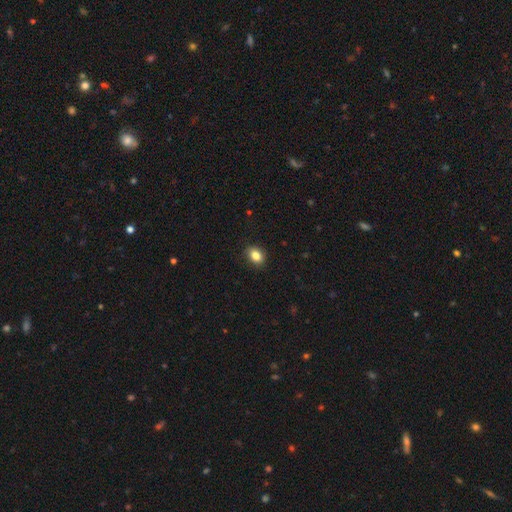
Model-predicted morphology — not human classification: Smooth or featured: smooth — 84% (star or artifact — 9%)
How rounded: in between — 62% (round — 37%)
Merging: none — 88% (minor disturbance — 9%)